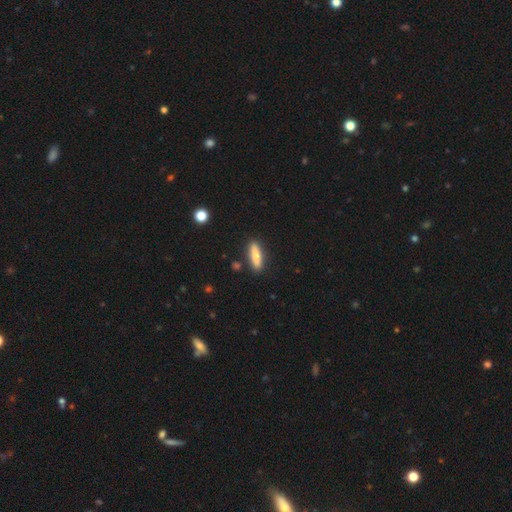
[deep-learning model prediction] Smooth or featured: smooth — 71% (featured or disk — 23%)
How rounded: cigar-shaped — 65% (in between — 32%)
Merging: none — 86% (minor disturbance — 9%)